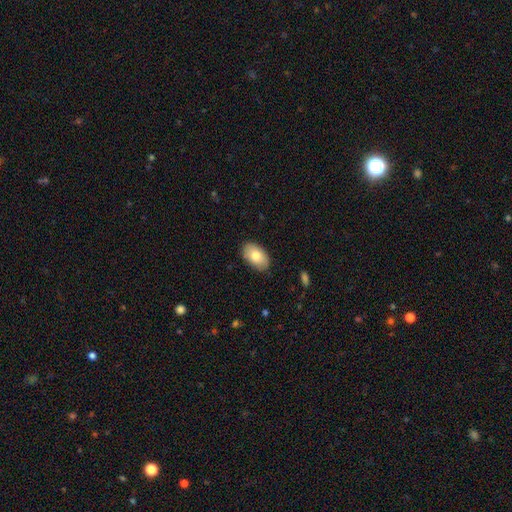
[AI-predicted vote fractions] Smooth or featured?
  - smooth: 78% *
  - featured or disk: 15%
  - star or artifact: 7%
How rounded?
  - in between: 93% *
  - round: 6%
  - cigar-shaped: 1%
Merging?
  - none: 87% *
  - minor disturbance: 10%
  - major disturbance: 2%
  - merger: 1%